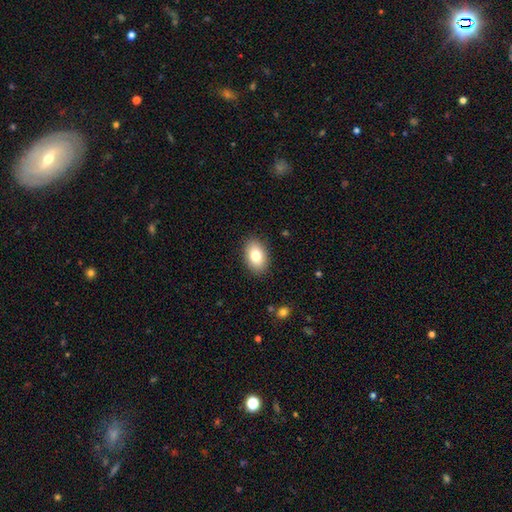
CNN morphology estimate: smooth-or-featured: smooth: 80% | featured or disk: 12% | star or artifact: 8%
  how-rounded: in between: 88% | round: 11% | cigar-shaped: 1%
  merging: none: 88% | minor disturbance: 9% | major disturbance: 2% | merger: 1%